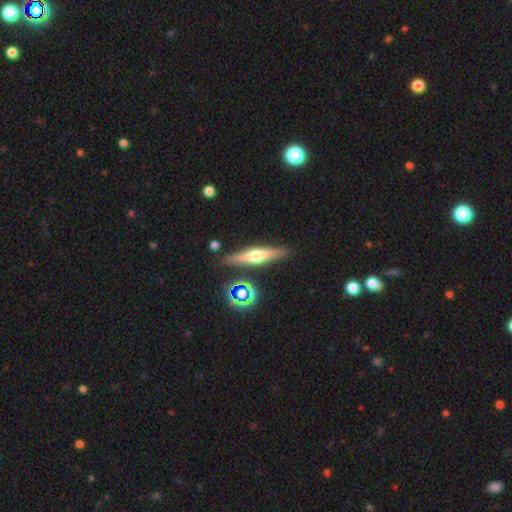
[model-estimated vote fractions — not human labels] featured or disk 63%, smooth 29%, star or artifact 8%. Down the decision tree: edge-on disk — yes (96%); edge-on bulge — rounded (91%); merging — none (87%).